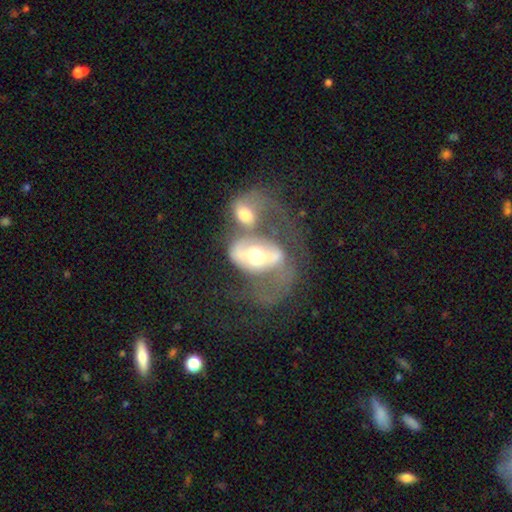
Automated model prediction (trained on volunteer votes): smooth-or-featured: featured or disk: 71% | smooth: 22% | star or artifact: 7%
  disk-edge-on: no: 94% | yes: 6%
    bar: no: 44% | weak: 30% | strong: 26%
    has-spiral-arms: yes: 62% | no: 38%
    bulge-size: moderate: 69% | small: 15% | large: 13% | dominant: 2% | none: 2%
  merging: merger: 64% | major disturbance: 17% | none: 12% | minor disturbance: 7%